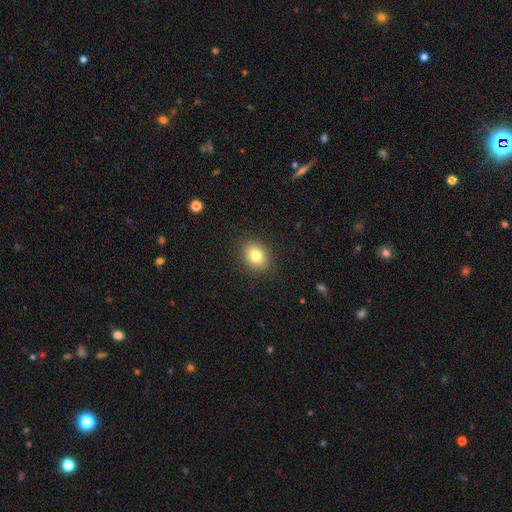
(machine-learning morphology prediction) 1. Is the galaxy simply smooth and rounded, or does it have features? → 81% smooth, 10% star or artifact, 9% featured or disk.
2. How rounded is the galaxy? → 55% in between, 45% round, 1% cigar-shaped.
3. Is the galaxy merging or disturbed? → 89% none, 7% minor disturbance, 2% major disturbance, 1% merger.